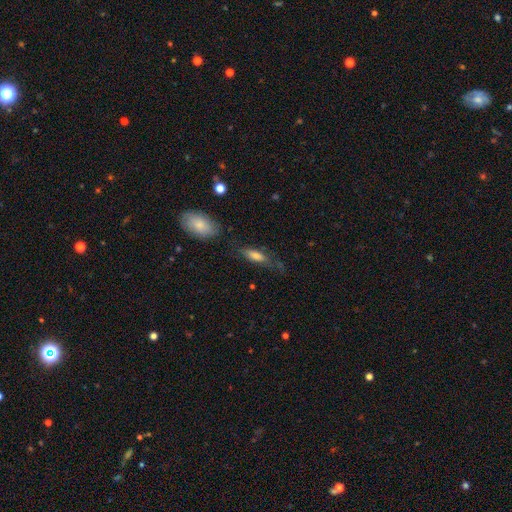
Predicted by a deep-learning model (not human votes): This appears to be a smooth galaxy with no disk features (68%) that is in between round and cigar-shaped (52%). Merging: none (57%).